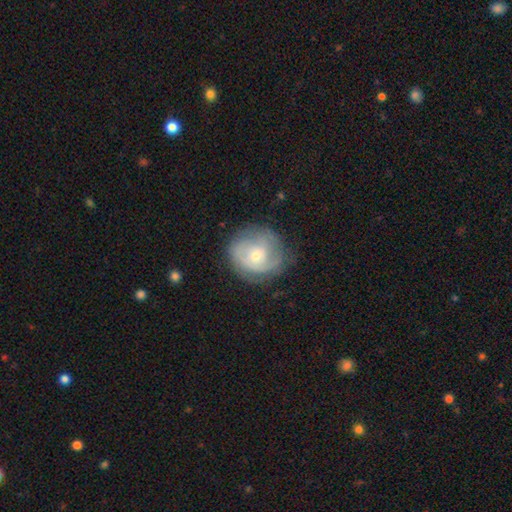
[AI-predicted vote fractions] A featured or disk galaxy (63%) with no bar (76%), spiral arms (80%) and a small central bulge (56%). Merging: none (67%).